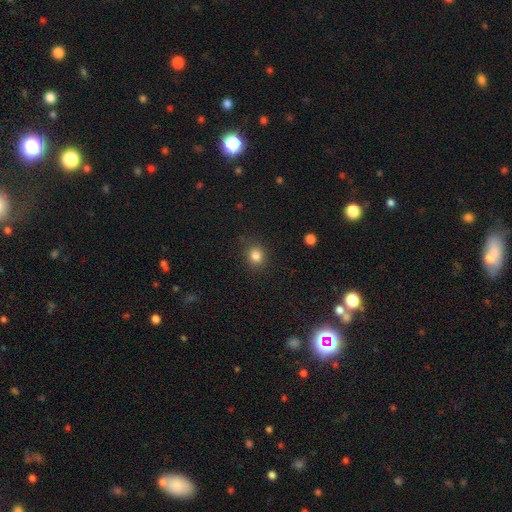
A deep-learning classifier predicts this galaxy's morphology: Smooth or featured? smooth (84%)
How rounded? round (77%)
Merging? none (87%)